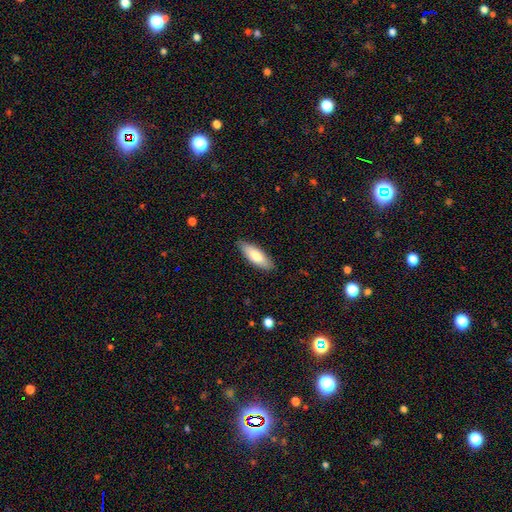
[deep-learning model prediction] The model was most divided on "how rounded": in between: 65%, cigar-shaped: 34%, round: 2%. More confident: merging — none (86%); smooth or featured — smooth (77%).